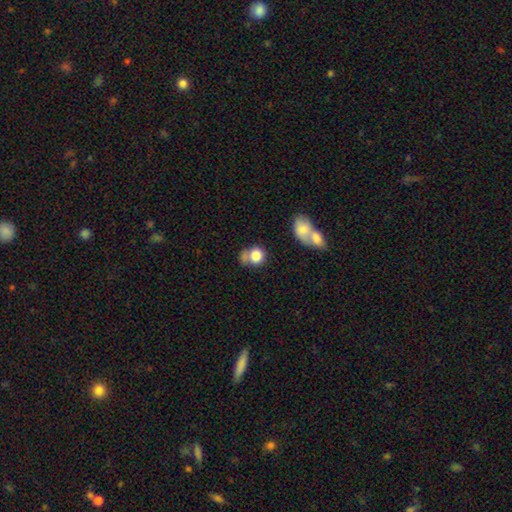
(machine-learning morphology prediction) Smooth or featured? smooth (81%)
How rounded? round (69%)
Merging? merger (34%)